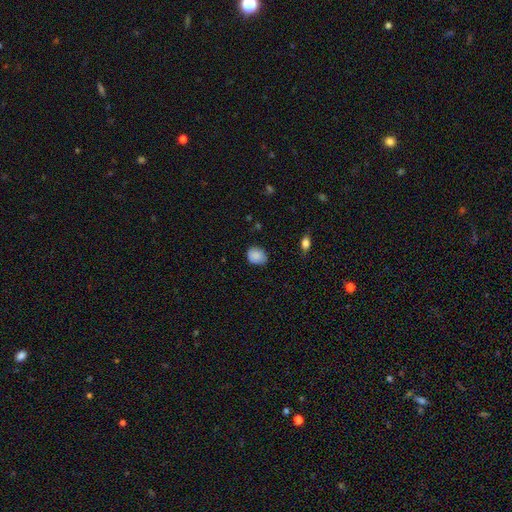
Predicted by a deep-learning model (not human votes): This is clearly a smooth galaxy (88%). How rounded: possibly round (51%). Merging: likely none (74%).